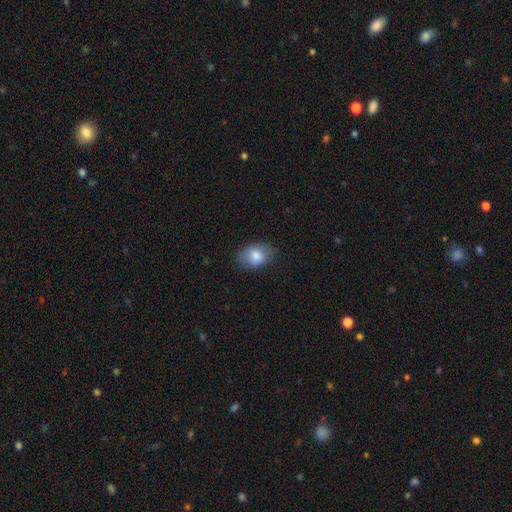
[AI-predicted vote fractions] smooth 81%, featured or disk 11%, star or artifact 8%. Down the decision tree: how rounded — in between (77%); merging — none (74%).